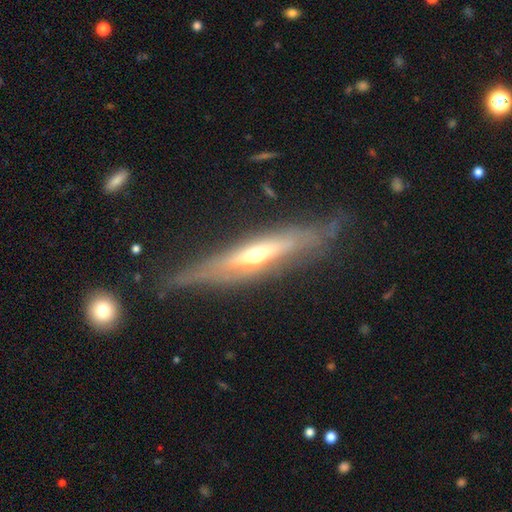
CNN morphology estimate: type=featured or disk (72%); edge-on=yes (84%); edge-on bulge=rounded (79%); merging=none (69%).